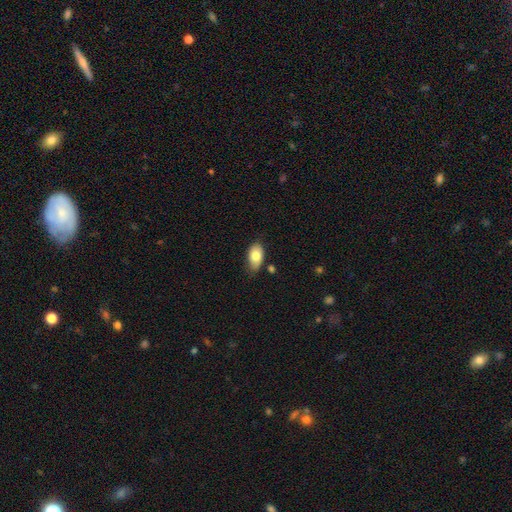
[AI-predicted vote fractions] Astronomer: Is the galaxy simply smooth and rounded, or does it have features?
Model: smooth — 81%.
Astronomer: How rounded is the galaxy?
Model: in between — 93%.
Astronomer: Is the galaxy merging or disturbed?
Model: none — 72%.